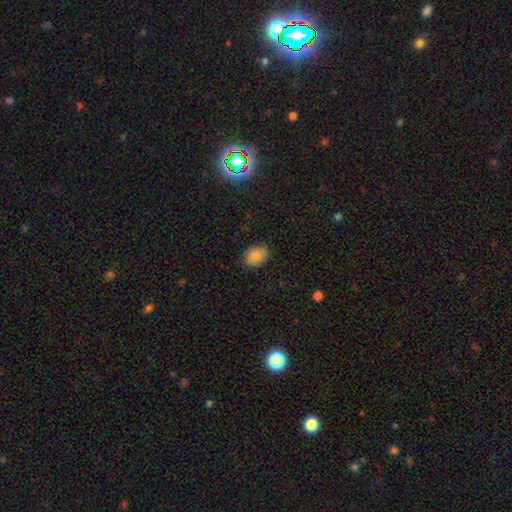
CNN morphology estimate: Smooth or featured? smooth (87%)
How rounded? in between (75%)
Merging? none (85%)